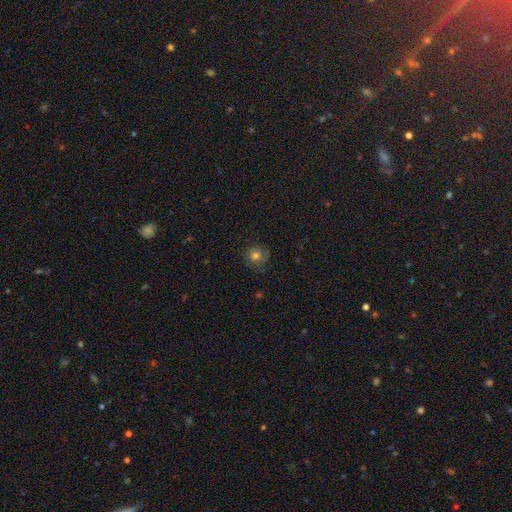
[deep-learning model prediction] Q: Smooth or featured?
A: smooth (75%); runner-up: star or artifact (15%)
Q: How rounded?
A: round (90%); runner-up: in between (9%)
Q: Merging?
A: none (78%); runner-up: minor disturbance (15%)